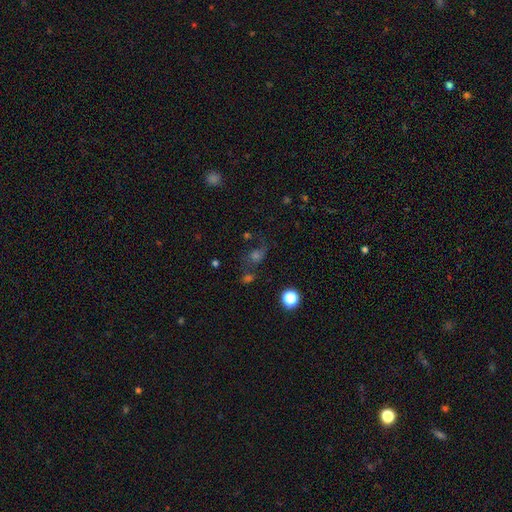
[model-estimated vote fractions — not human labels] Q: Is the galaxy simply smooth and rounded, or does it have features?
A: smooth — 35%, tied with star or artifact.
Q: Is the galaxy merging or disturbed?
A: none — 55%.